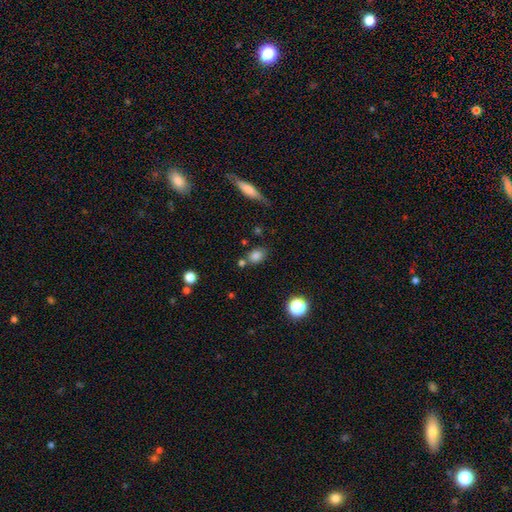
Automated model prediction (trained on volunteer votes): smooth_or_featured: smooth (p=0.80) [alt: star or artifact p=0.12]
how_rounded: in between (p=0.65) [alt: round p=0.32]
merging: none (p=0.69) [alt: minor disturbance p=0.14]